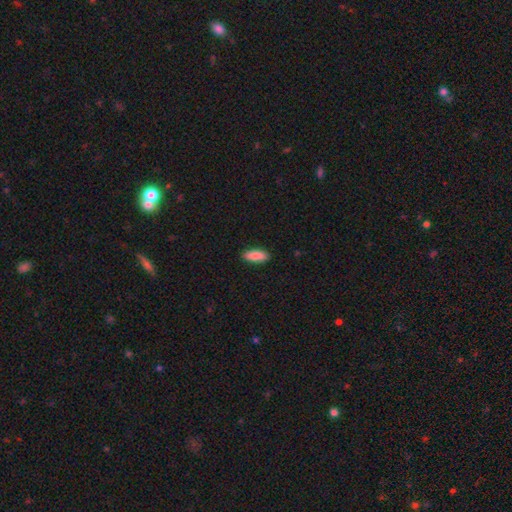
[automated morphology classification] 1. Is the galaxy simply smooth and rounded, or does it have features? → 89% smooth, 6% star or artifact, 6% featured or disk.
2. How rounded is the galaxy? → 70% in between, 28% cigar-shaped, 2% round.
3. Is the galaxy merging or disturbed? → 90% none, 7% minor disturbance, 2% major disturbance, 1% merger.